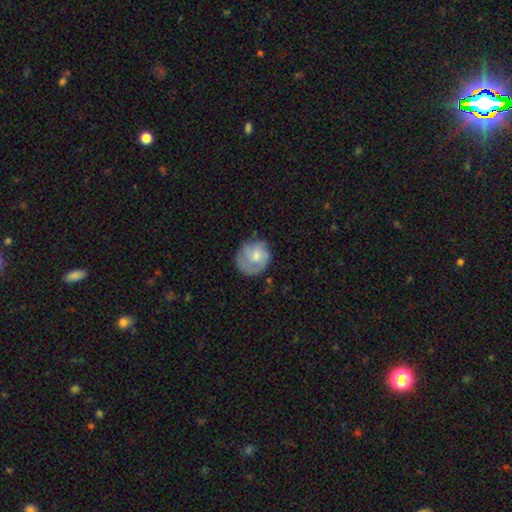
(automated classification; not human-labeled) This is possibly a smooth galaxy (58%). How rounded: clearly round (83%). Merging: likely none (60%).